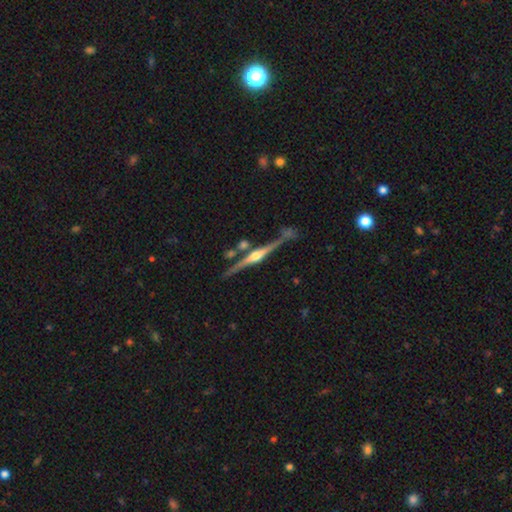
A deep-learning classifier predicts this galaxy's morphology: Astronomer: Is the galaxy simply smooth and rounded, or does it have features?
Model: featured or disk — 85%.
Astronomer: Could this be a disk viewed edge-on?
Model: yes — 98%.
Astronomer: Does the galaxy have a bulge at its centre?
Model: rounded — 93%.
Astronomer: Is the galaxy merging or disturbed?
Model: none — 76%.